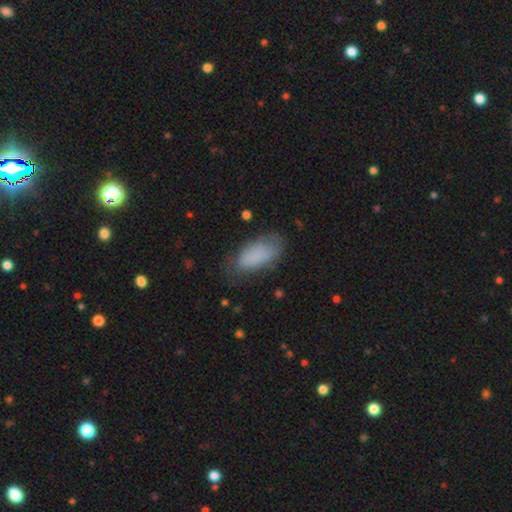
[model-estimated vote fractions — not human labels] Smooth or featured? smooth (82%)
How rounded? in between (91%)
Merging? none (63%)